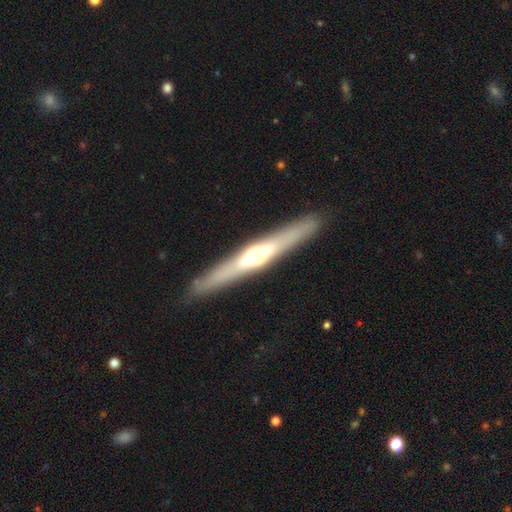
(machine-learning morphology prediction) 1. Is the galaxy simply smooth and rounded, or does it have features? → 62% featured or disk, 33% smooth, 5% star or artifact.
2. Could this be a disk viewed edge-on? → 95% yes, 5% no.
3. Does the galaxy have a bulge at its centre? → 80% rounded, 11% none, 9% boxy.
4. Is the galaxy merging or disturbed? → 90% none, 7% minor disturbance, 2% major disturbance, 1% merger.